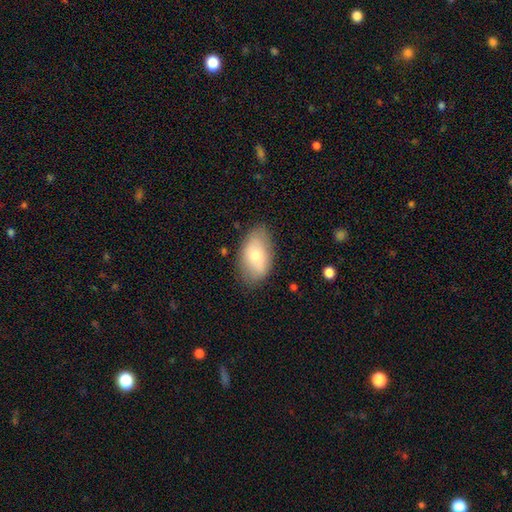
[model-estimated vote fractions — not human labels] Morphology: type=smooth (73%); roundness=in between (93%); merging=none (76%).